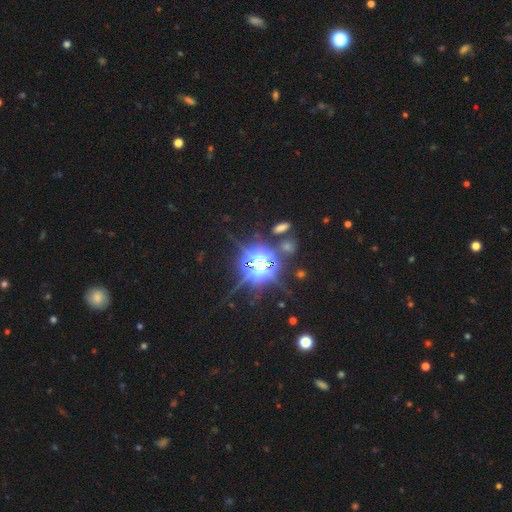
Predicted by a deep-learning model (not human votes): Morphology: type=star or artifact (71%).